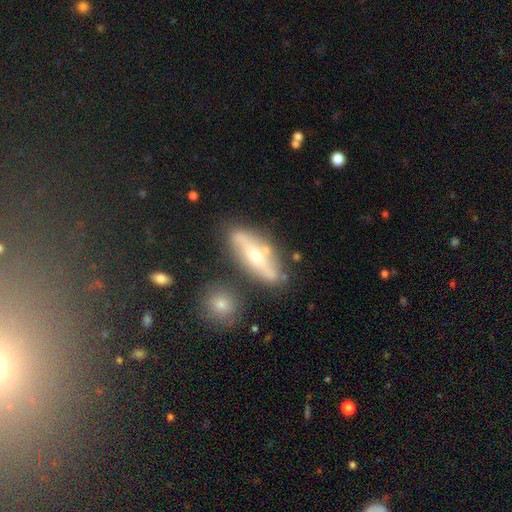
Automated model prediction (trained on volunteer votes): smooth-or-featured: featured or disk: 59% | smooth: 35% | star or artifact: 6%
  disk-edge-on: yes: 54% | no: 46%
  merging: none: 70% | minor disturbance: 17% | merger: 7% | major disturbance: 5%